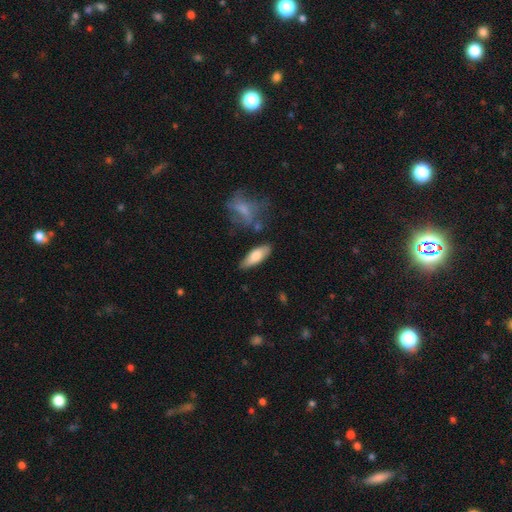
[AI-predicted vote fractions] This is likely a smooth galaxy (73%). How rounded: likely in between (66%). Merging: likely none (80%).